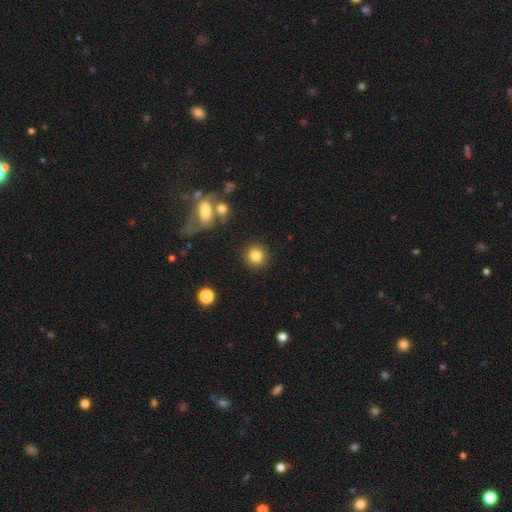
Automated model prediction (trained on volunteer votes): Morphology: type=smooth (84%); roundness=round (90%); merging=none (88%).